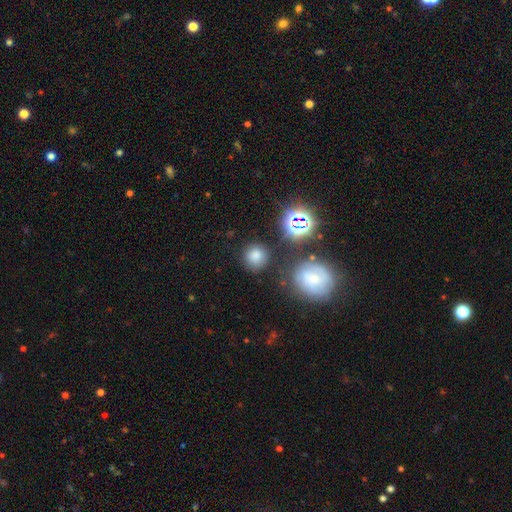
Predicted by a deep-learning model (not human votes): The model was most divided on "smooth or featured": smooth: 72%, star or artifact: 20%, featured or disk: 8%. More confident: how rounded — round (90%); merging — none (80%).